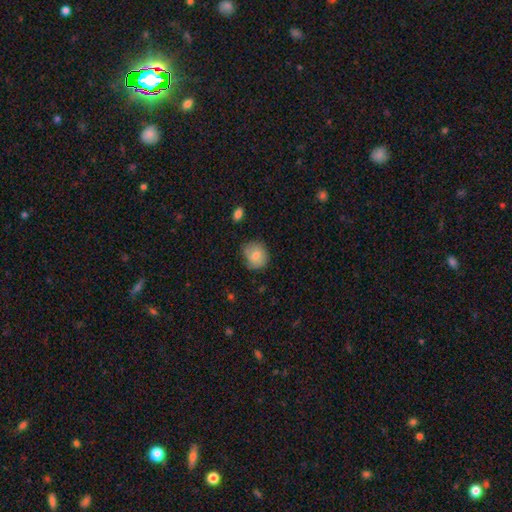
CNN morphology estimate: This is likely a smooth galaxy (75%). How rounded: likely round (78%). Merging: likely none (68%).